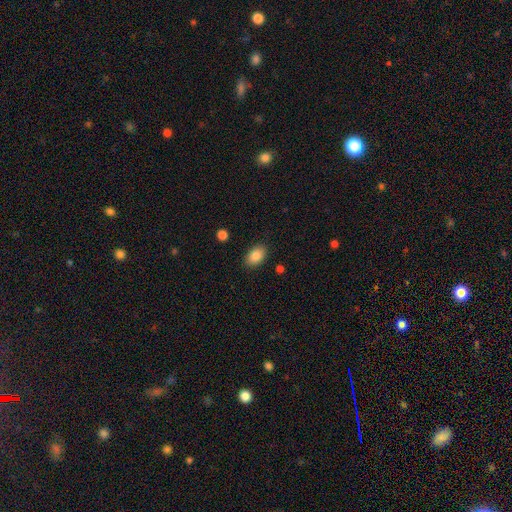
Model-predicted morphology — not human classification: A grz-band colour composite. It shows a smooth galaxy with no disk features (87%) that is in between round and cigar-shaped (87%). Merging: none (87%).